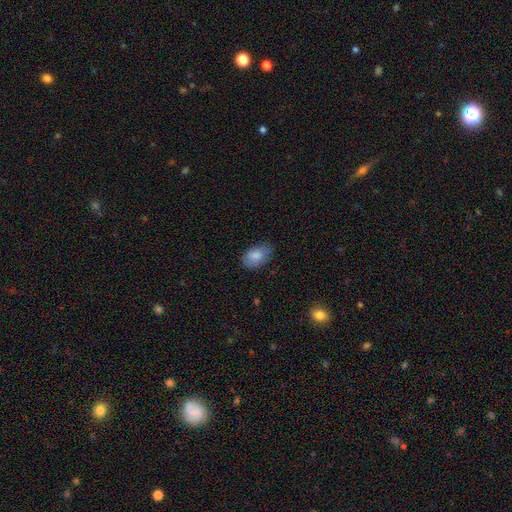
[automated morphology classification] smooth 83%, featured or disk 10%, star or artifact 7%. Down the decision tree: how rounded — in between (91%); merging — none (73%).